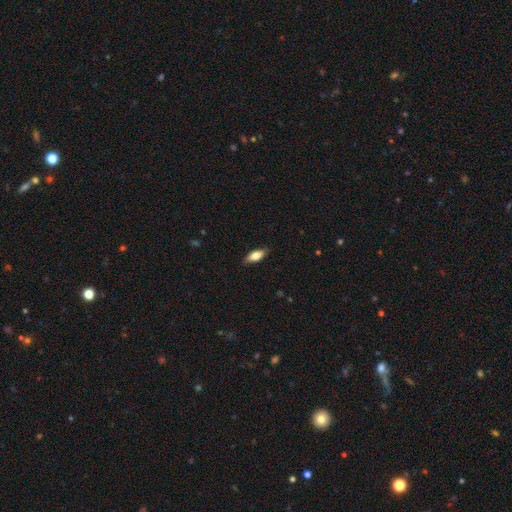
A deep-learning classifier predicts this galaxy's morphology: Overall: smooth (75%). How rounded: in between (81%). Merging: none (79%).